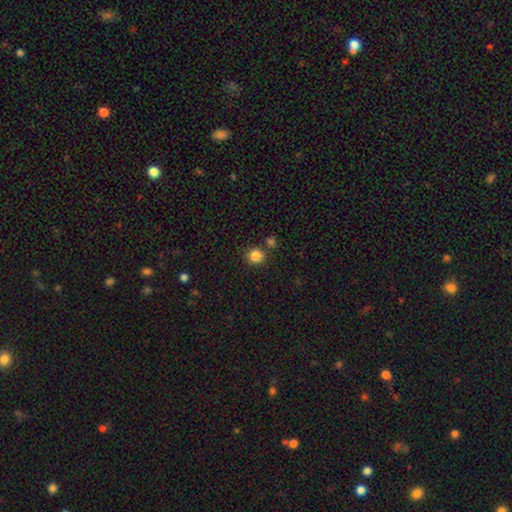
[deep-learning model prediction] Overall: smooth (84%). How rounded: round (91%). Merging: none (81%).